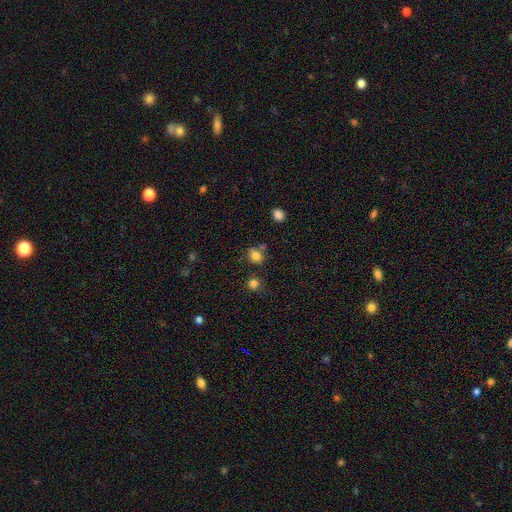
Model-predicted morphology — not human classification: smooth_or_featured: smooth (p=0.80) [alt: star or artifact p=0.13]
how_rounded: round (p=0.70) [alt: in between p=0.29]
merging: none (p=0.67) [alt: merger p=0.15]